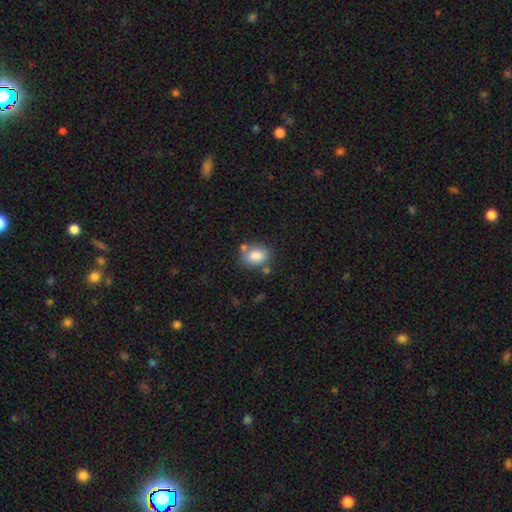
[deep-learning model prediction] This is clearly a smooth galaxy (83%). How rounded: likely in between (71%). Merging: likely none (65%).